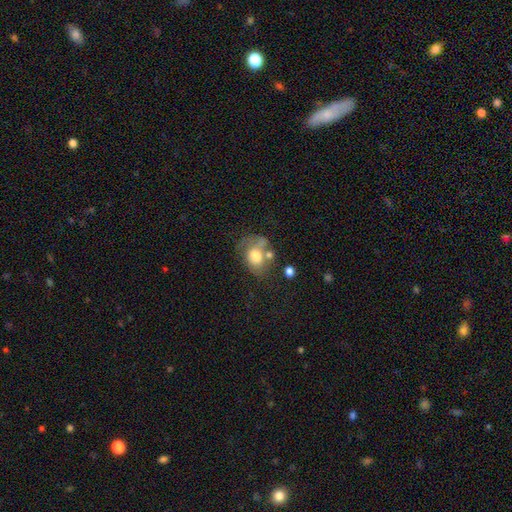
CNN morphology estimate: This appears to be a smooth galaxy with no disk features (63%) that is in between round and cigar-shaped (60%). Merging: none (30%).